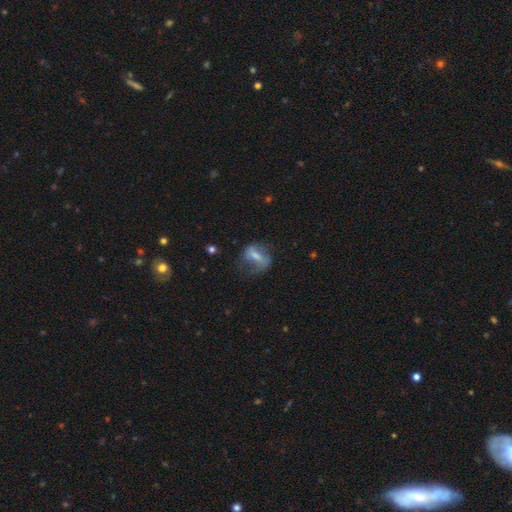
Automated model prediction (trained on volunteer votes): Smooth or featured? featured or disk (48%)
Merging? none (41%)